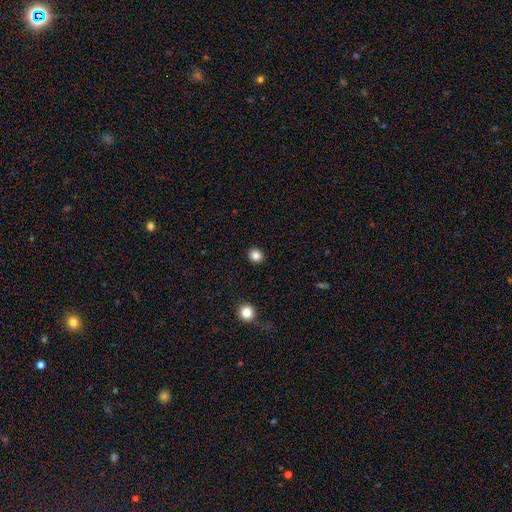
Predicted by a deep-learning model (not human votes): A smooth galaxy with no disk features (84%) that is round (82%). Merging: none (92%).